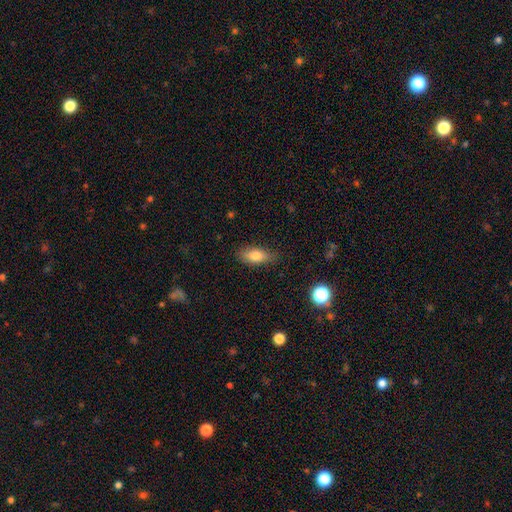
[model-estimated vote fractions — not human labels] Smooth or featured? Predicted: smooth (p=0.78). How rounded? Predicted: in between (p=0.79). Merging? Predicted: none (p=0.80).